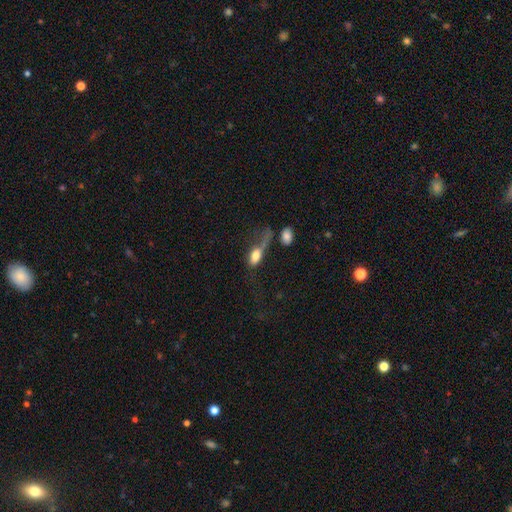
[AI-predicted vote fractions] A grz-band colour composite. It shows a smooth galaxy with no disk features (71%) that is in between round and cigar-shaped (82%). Merging: major disturbance (40%).